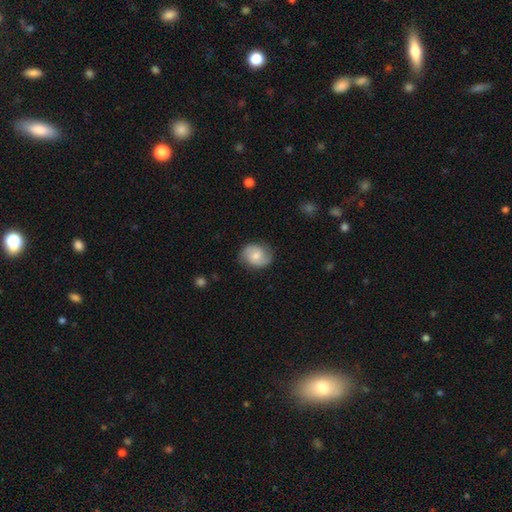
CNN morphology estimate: featured or disk 47%, smooth 46%, star or artifact 7%. Down the decision tree: merging — none (73%).